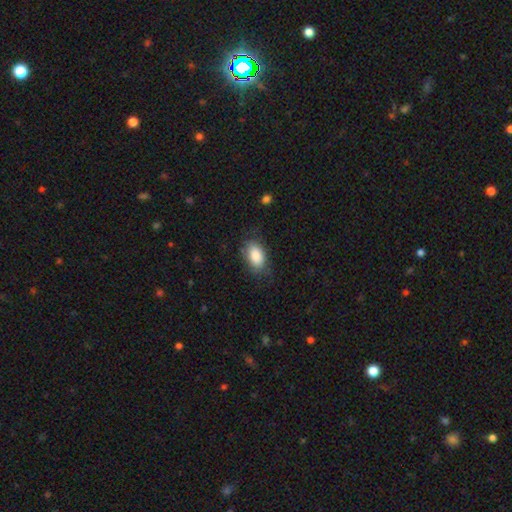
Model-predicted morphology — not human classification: smooth_or_featured: smooth (p=0.86) [alt: featured or disk p=0.07]
how_rounded: in between (p=0.91) [alt: round p=0.07]
merging: none (p=0.70) [alt: minor disturbance p=0.21]